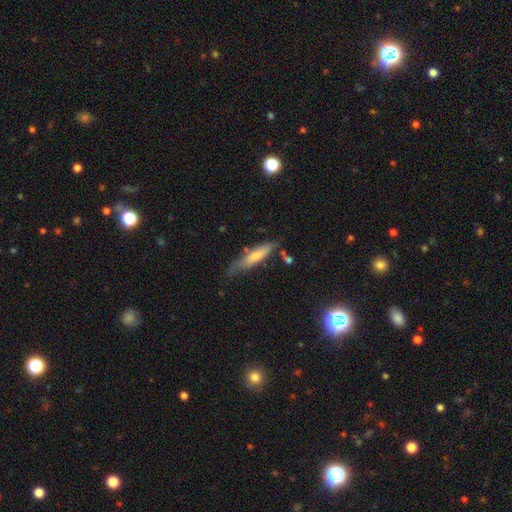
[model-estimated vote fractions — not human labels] Smooth or featured?
  - smooth: 58% *
  - featured or disk: 34%
  - star or artifact: 8%
How rounded?
  - cigar-shaped: 78% *
  - in between: 20%
  - round: 2%
Merging?
  - none: 66% *
  - minor disturbance: 24%
  - major disturbance: 6%
  - merger: 4%